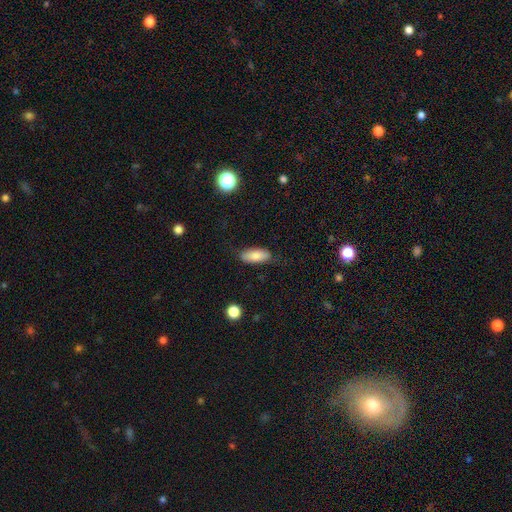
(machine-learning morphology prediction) A smooth galaxy with no disk features (83%) that is in between round and cigar-shaped (82%).

Vote fractions:
- Smooth or featured? smooth: 83% / featured or disk: 10% / star or artifact: 7%
- How rounded? in between: 82% / cigar-shaped: 16% / round: 2%
- Merging? none: 81% / minor disturbance: 15% / major disturbance: 3% / merger: 1%